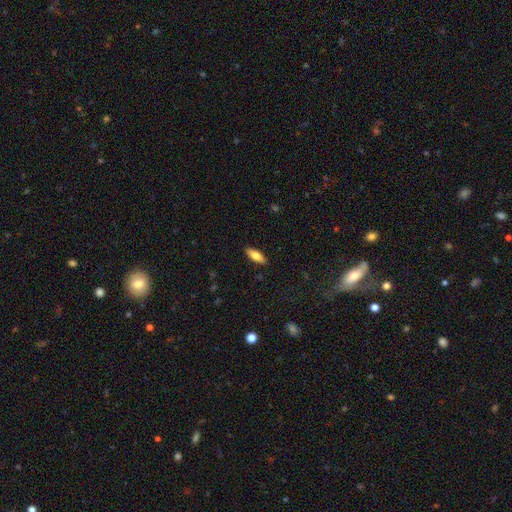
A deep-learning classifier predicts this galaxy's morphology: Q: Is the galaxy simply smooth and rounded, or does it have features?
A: smooth — 70%.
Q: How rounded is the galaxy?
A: in between — 64%.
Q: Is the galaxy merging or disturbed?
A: none — 89%.